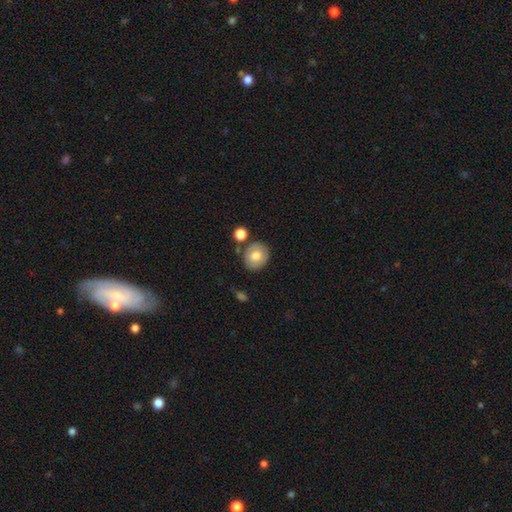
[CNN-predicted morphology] Smooth or featured: smooth — 71% (featured or disk — 22%)
How rounded: round — 65% (in between — 34%)
Merging: none — 75% (minor disturbance — 13%)